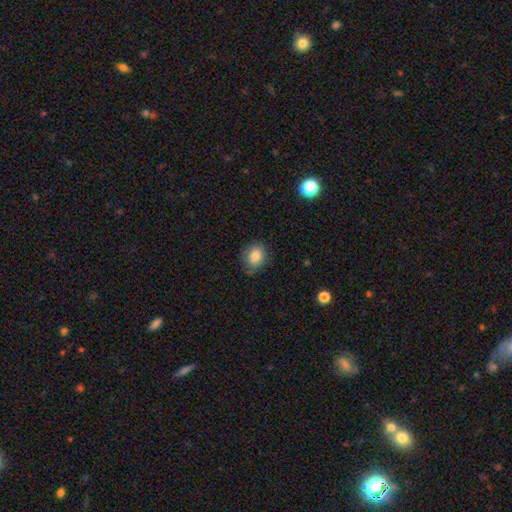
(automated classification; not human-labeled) Q: Smooth or featured?
A: smooth (82%); runner-up: featured or disk (9%)
Q: How rounded?
A: round (59%); runner-up: in between (40%)
Q: Merging?
A: none (76%); runner-up: minor disturbance (18%)